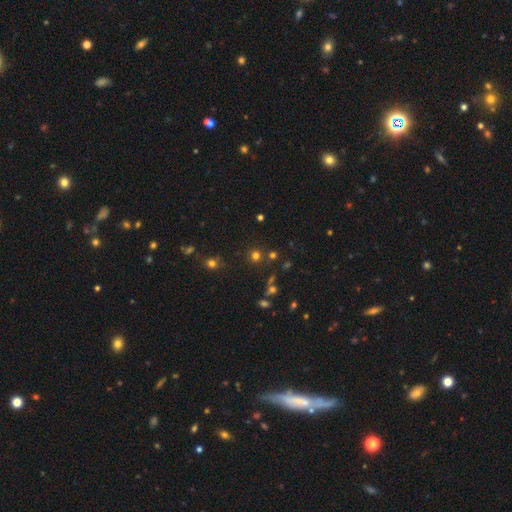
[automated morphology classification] This is likely a smooth galaxy (66%). How rounded: clearly round (92%). Merging: clearly none (81%).